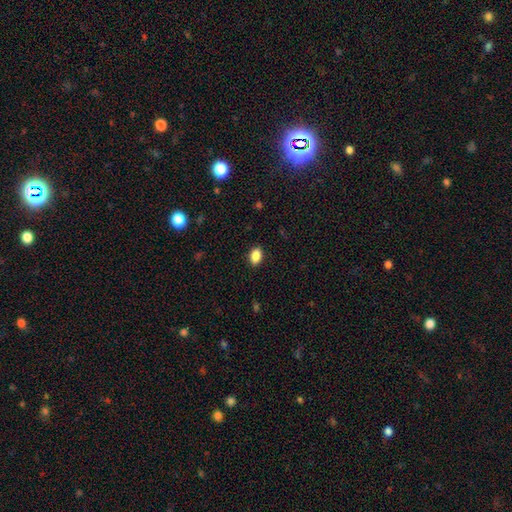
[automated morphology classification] Q: Smooth or featured?
A: smooth (88%); runner-up: star or artifact (9%)
Q: How rounded?
A: in between (85%); runner-up: round (14%)
Q: Merging?
A: none (89%); runner-up: minor disturbance (8%)